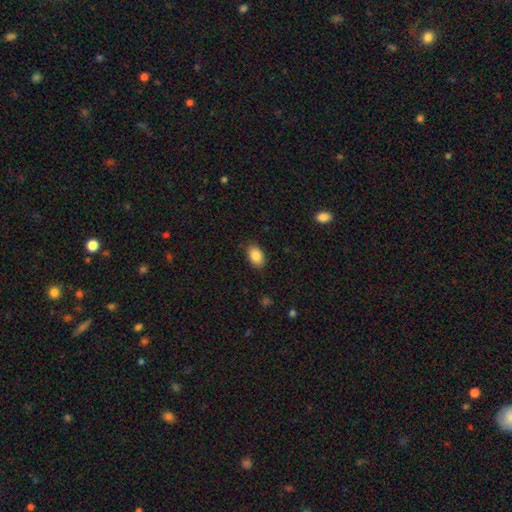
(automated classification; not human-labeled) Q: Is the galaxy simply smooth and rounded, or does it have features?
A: smooth — 86%.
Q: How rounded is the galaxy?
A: in between — 87%.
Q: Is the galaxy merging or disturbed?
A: none — 87%.